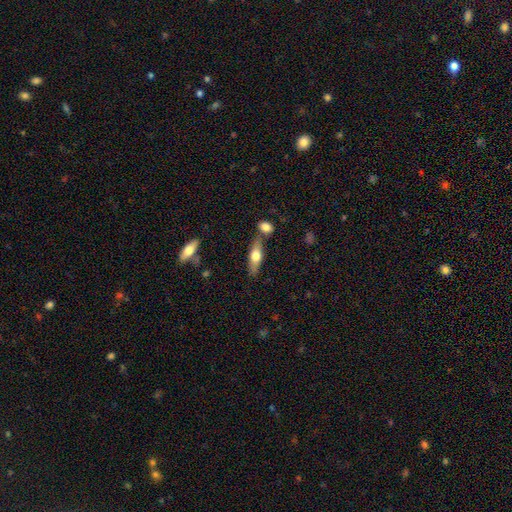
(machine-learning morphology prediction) smooth 51%, featured or disk 43%, star or artifact 6%. Down the decision tree: how rounded — cigar-shaped (52%); merging — none (72%).